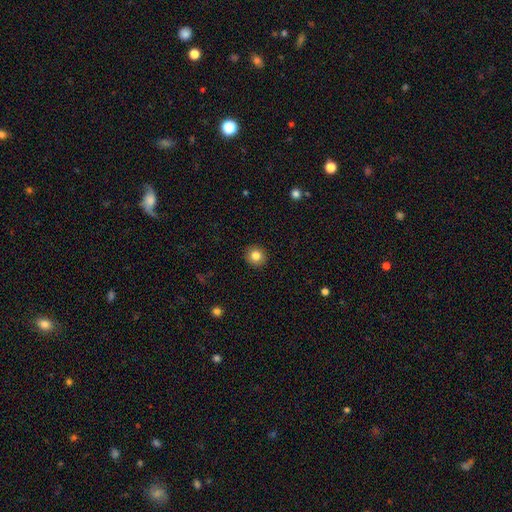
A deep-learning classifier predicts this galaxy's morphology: This appears to be a smooth galaxy with no disk features (82%) that is round (90%). Merging: none (92%).